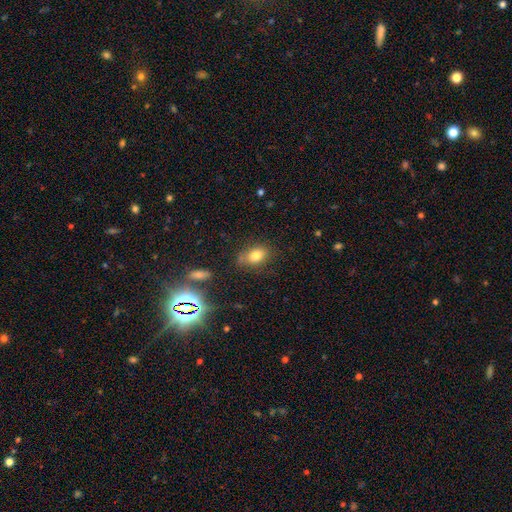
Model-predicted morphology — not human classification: This appears to be a smooth galaxy with no disk features (78%) that is in between round and cigar-shaped (80%). Merging: none (73%).